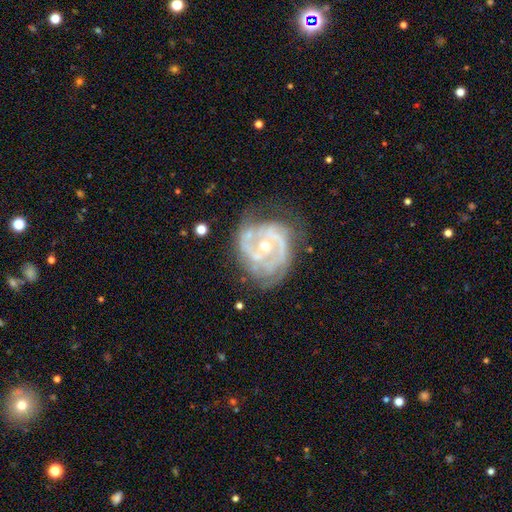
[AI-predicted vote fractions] smooth_or_featured: featured or disk (p=0.87) [alt: smooth p=0.07]
disk_edge_on: no (p=0.97) [alt: yes p=0.03]
bar: no (p=0.65) [alt: weak p=0.27]
has_spiral_arms: yes (p=0.91) [alt: no p=0.09]
spiral_winding: tight (p=0.51) [alt: medium p=0.38]
spiral_arm_count: 2 (p=0.47) [alt: can't tell p=0.22]
bulge_size: moderate (p=0.51) [alt: small p=0.45]
merging: none (p=0.58) [alt: minor disturbance p=0.25]